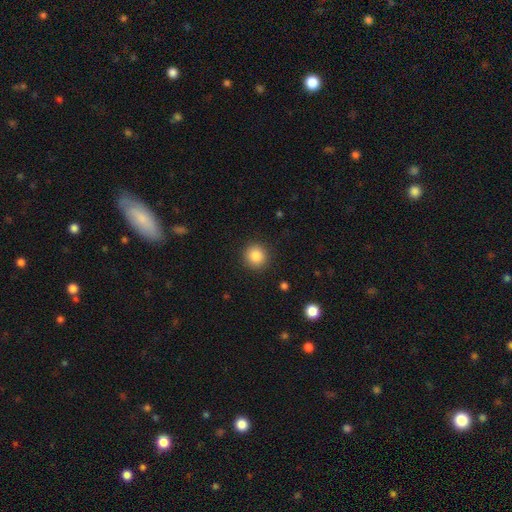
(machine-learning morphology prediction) Smooth or featured: smooth — 86% (star or artifact — 10%)
How rounded: round — 93% (in between — 6%)
Merging: none — 91% (minor disturbance — 6%)